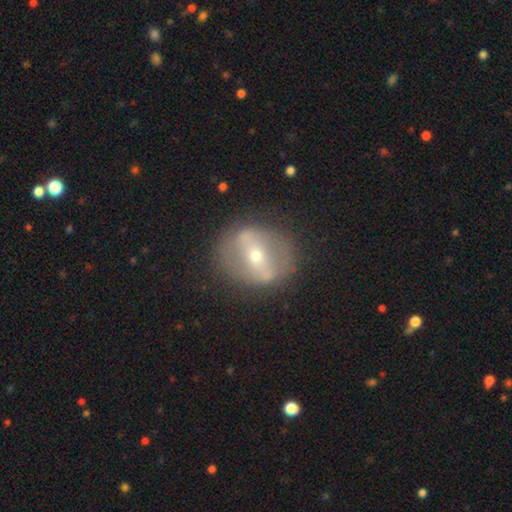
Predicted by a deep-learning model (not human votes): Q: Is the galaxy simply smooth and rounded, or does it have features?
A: featured or disk — 70%.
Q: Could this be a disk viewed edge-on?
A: no — 89%.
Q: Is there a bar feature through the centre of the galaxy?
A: strong — 61%.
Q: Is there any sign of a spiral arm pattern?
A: no — 73%.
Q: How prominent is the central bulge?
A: small — 51%.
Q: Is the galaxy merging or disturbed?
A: none — 80%.